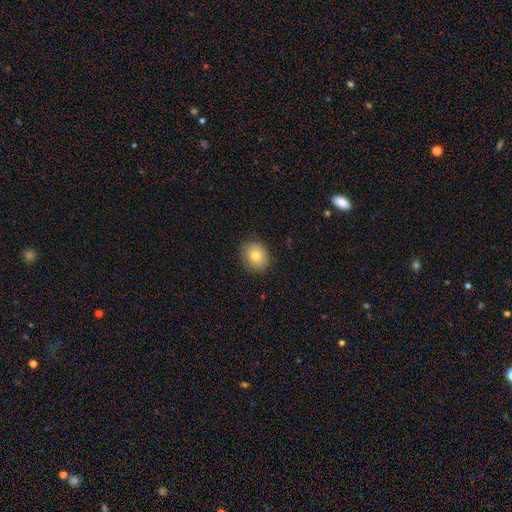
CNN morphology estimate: smooth_or_featured: smooth (p=0.77) [alt: featured or disk p=0.14]
how_rounded: round (p=0.60) [alt: in between p=0.39]
merging: none (p=0.83) [alt: minor disturbance p=0.13]